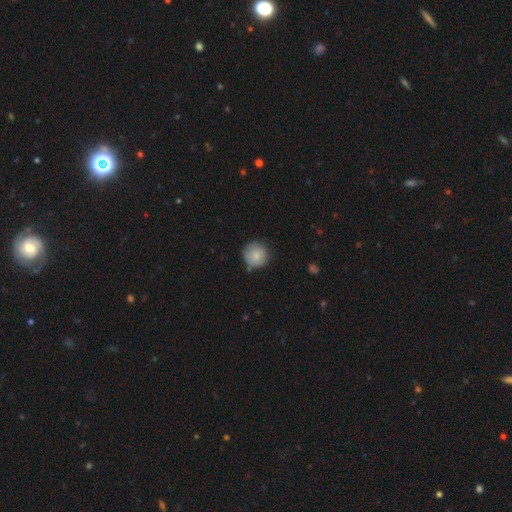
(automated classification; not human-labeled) Smooth or featured? smooth (84%)
How rounded? round (93%)
Merging? none (77%)